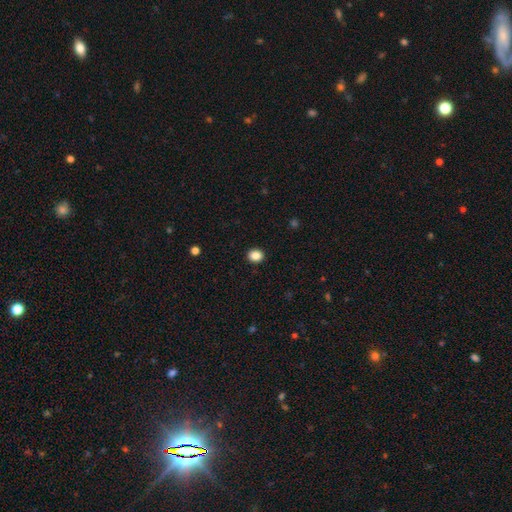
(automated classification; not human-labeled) smooth_or_featured: smooth (p=0.87) [alt: star or artifact p=0.10]
how_rounded: round (p=0.66) [alt: in between p=0.33]
merging: none (p=0.92) [alt: minor disturbance p=0.06]